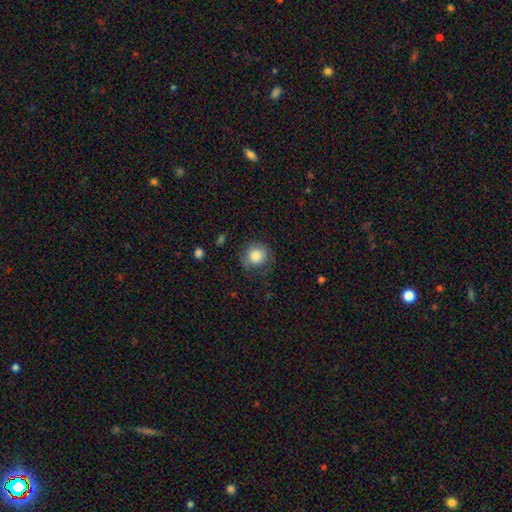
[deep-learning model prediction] The model was most divided on "merging": none: 73%, minor disturbance: 18%, major disturbance: 7%, merger: 2%. More confident: how rounded — round (87%); smooth or featured — smooth (83%).